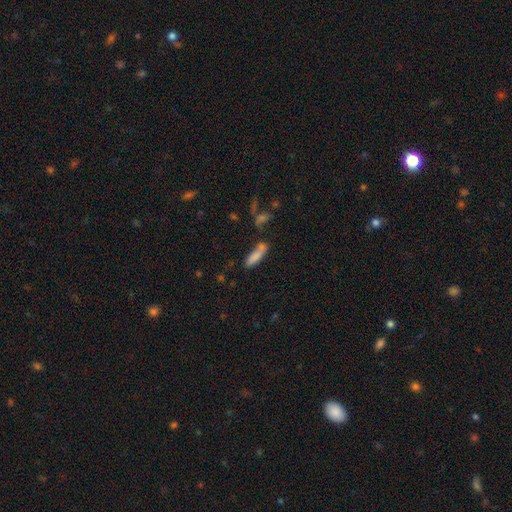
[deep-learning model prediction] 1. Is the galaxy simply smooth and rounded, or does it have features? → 80% smooth, 12% featured or disk, 9% star or artifact.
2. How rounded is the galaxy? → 60% cigar-shaped, 38% in between, 2% round.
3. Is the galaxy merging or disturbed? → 52% none, 22% merger, 18% minor disturbance, 7% major disturbance.